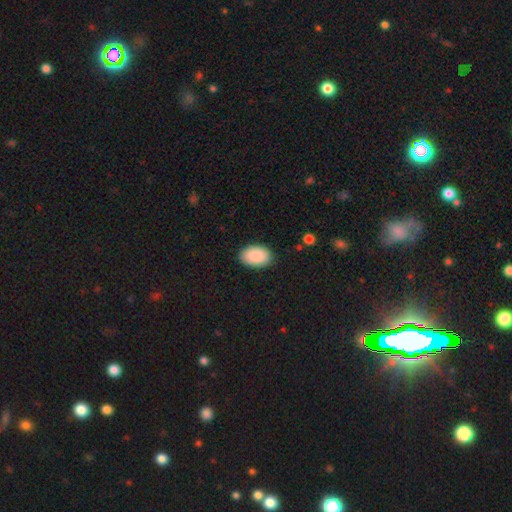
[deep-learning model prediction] Morphology: type=smooth (91%); roundness=in between (90%); merging=none (89%).